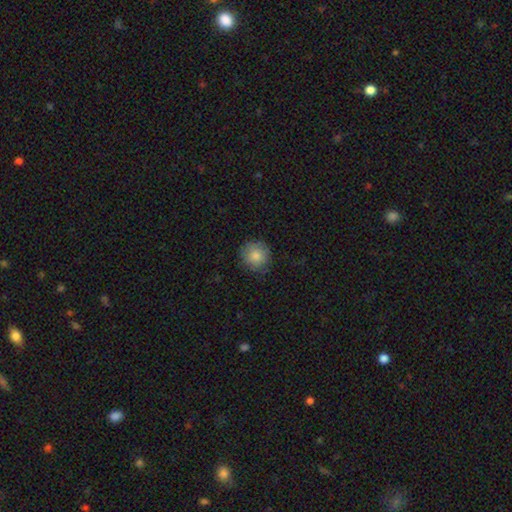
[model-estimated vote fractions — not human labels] This appears to be a smooth galaxy with no disk features (84%) that is round (92%). Merging: none (83%).